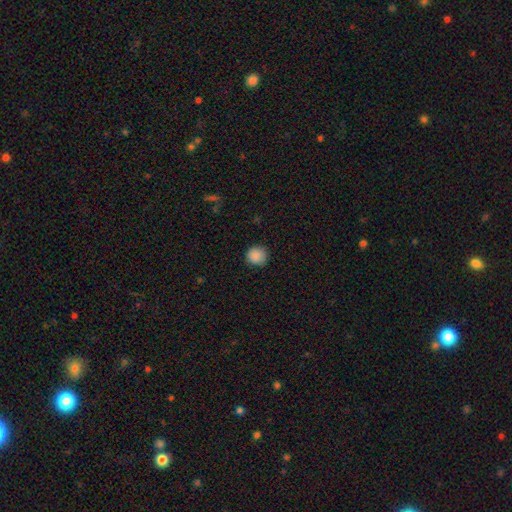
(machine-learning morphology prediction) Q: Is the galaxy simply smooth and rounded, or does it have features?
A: smooth — 88%.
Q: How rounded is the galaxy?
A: round — 91%.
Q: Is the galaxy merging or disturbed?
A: none — 83%.